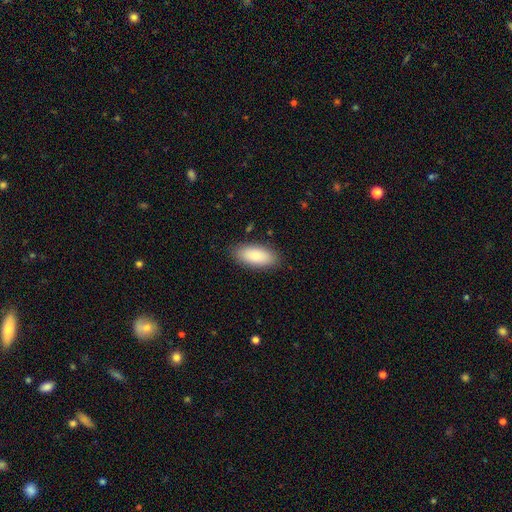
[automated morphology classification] This appears to be a smooth galaxy with no disk features (84%) that is in between round and cigar-shaped (90%). Merging: none (87%).